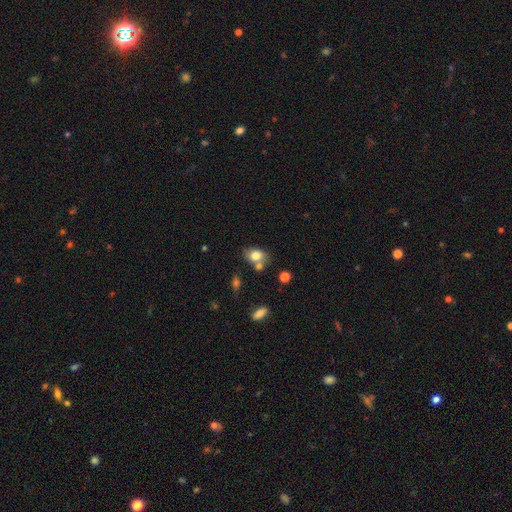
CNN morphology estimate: Smooth or featured: smooth — 78% (featured or disk — 12%)
How rounded: in between — 71% (round — 28%)
Merging: none — 55% (merger — 24%)